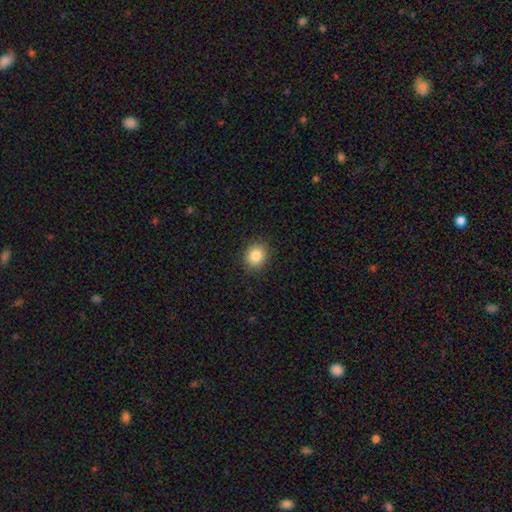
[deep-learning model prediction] This is clearly a smooth galaxy (85%). How rounded: likely round (68%). Merging: clearly none (89%).